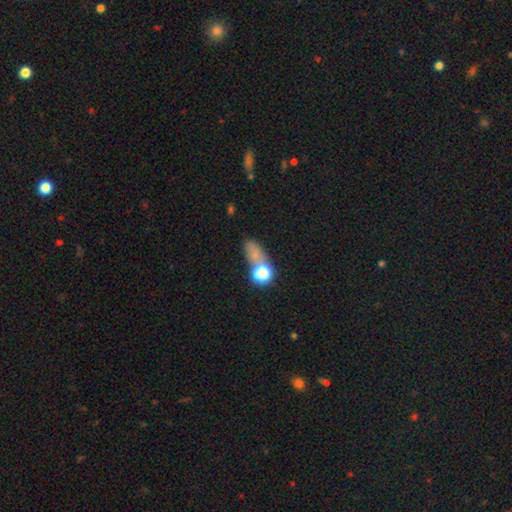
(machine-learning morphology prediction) The model was most divided on "how rounded": in between: 53%, round: 37%, cigar-shaped: 10%. Remaining: smooth or featured — smooth (60%); merging — none (47%).